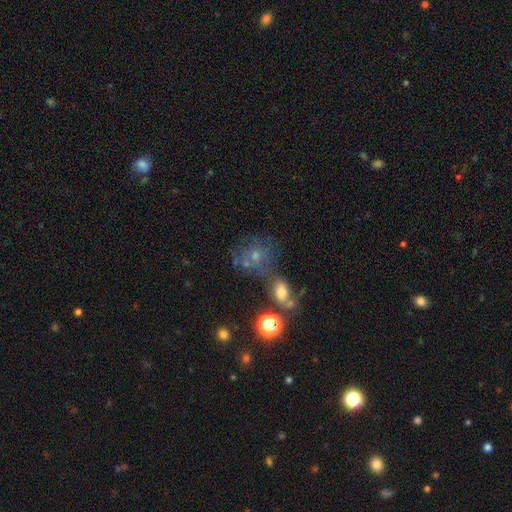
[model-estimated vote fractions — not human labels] This appears to be a smooth galaxy with no disk features (44%). Merging: none (45%).